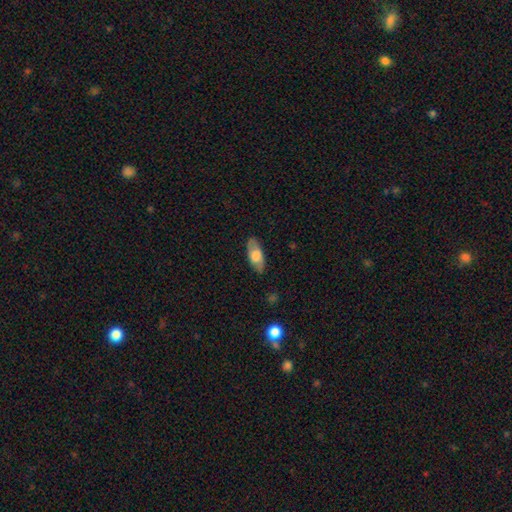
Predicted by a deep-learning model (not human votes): Smooth or featured? Predicted: smooth (p=0.68). How rounded? Predicted: in between (p=0.83). Merging? Predicted: none (p=0.83).